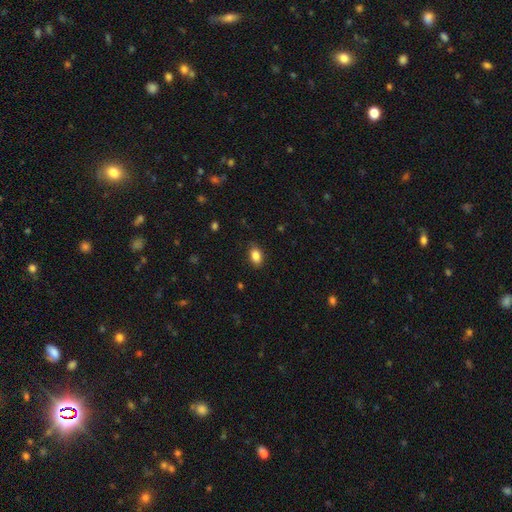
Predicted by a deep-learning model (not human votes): Q: Smooth or featured?
A: smooth (87%); runner-up: star or artifact (9%)
Q: How rounded?
A: in between (86%); runner-up: round (12%)
Q: Merging?
A: none (85%); runner-up: minor disturbance (11%)